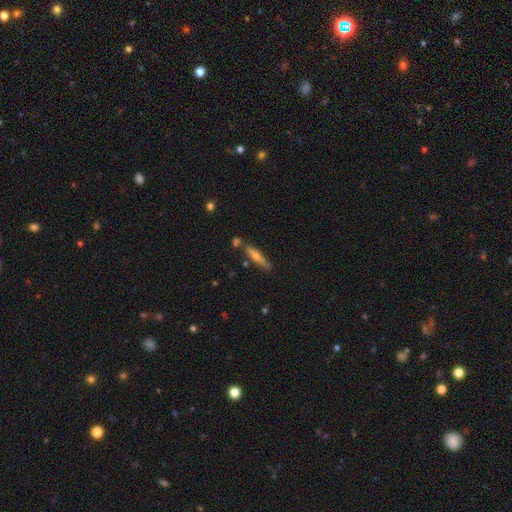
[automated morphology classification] smooth-or-featured: featured or disk: 57% | smooth: 35% | star or artifact: 8%
  disk-edge-on: yes: 93% | no: 7%
    edge-on-bulge: rounded: 81% | none: 14% | boxy: 5%
  merging: none: 77% | minor disturbance: 12% | merger: 8% | major disturbance: 3%